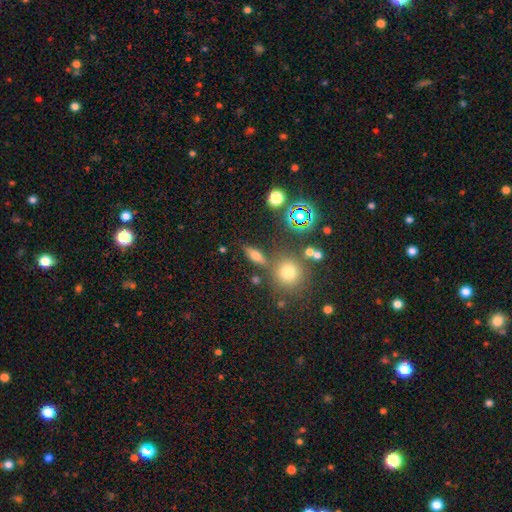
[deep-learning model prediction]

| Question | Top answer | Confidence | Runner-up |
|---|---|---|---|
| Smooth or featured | smooth | 60% | featured or disk (22%) |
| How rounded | in between | 57% | cigar-shaped (28%) |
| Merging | none | 76% | minor disturbance (11%) |